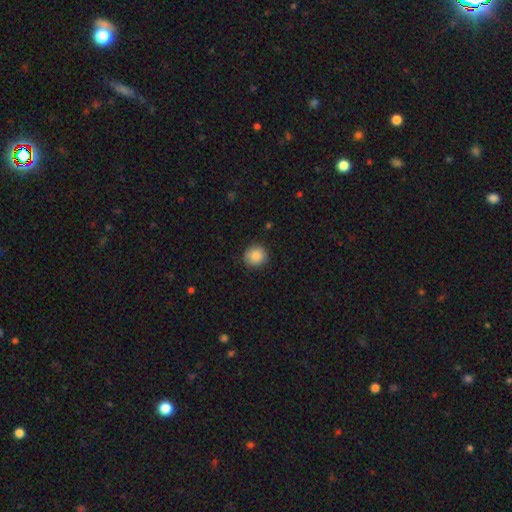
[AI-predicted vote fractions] Smooth or featured?
  - smooth: 87% *
  - star or artifact: 8%
  - featured or disk: 4%
How rounded?
  - round: 89% *
  - in between: 10%
  - cigar-shaped: 1%
Merging?
  - none: 88% *
  - minor disturbance: 9%
  - major disturbance: 2%
  - merger: 1%